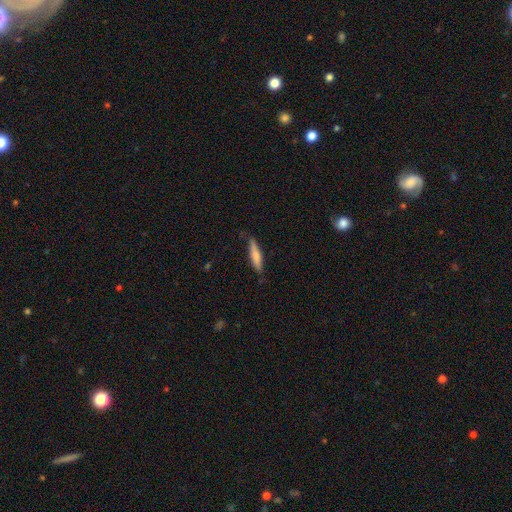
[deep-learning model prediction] Smooth or featured: smooth — 70% (featured or disk — 25%)
How rounded: cigar-shaped — 83% (in between — 15%)
Merging: none — 80% (minor disturbance — 16%)